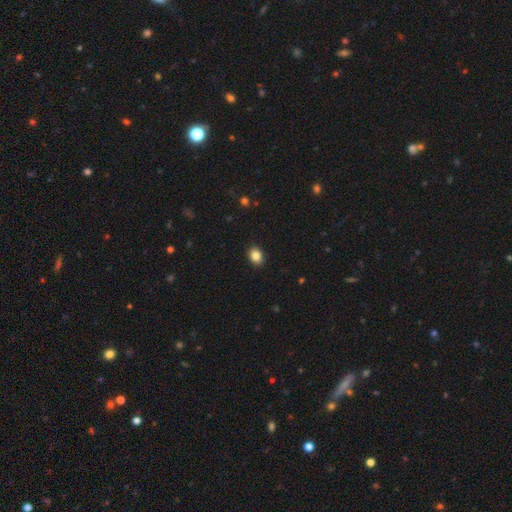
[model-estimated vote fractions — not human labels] Q: Smooth or featured?
A: smooth (86%); runner-up: star or artifact (9%)
Q: How rounded?
A: in between (60%); runner-up: round (40%)
Q: Merging?
A: none (91%); runner-up: minor disturbance (7%)